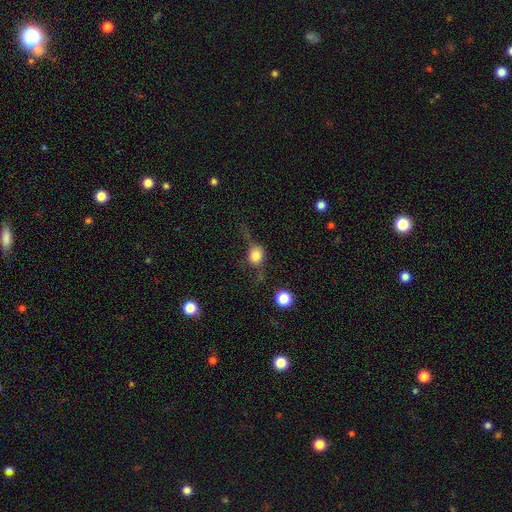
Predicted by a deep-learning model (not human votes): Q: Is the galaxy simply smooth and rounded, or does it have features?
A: smooth — 64%.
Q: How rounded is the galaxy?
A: round — 65%.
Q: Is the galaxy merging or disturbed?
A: none — 46%.